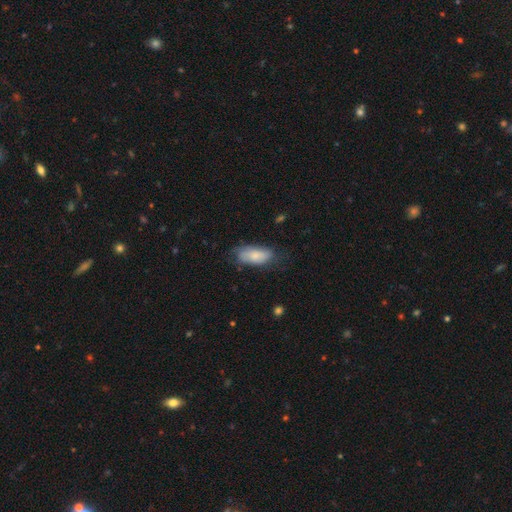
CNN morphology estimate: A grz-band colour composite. It shows a smooth galaxy with no disk features (75%) that is in between round and cigar-shaped (86%). Merging: none (57%).